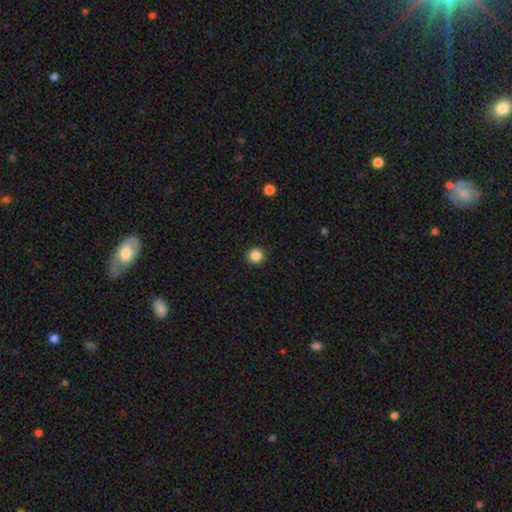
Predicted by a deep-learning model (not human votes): Smooth or featured? Predicted: smooth (p=0.86). How rounded? Predicted: round (p=0.94). Merging? Predicted: none (p=0.93).